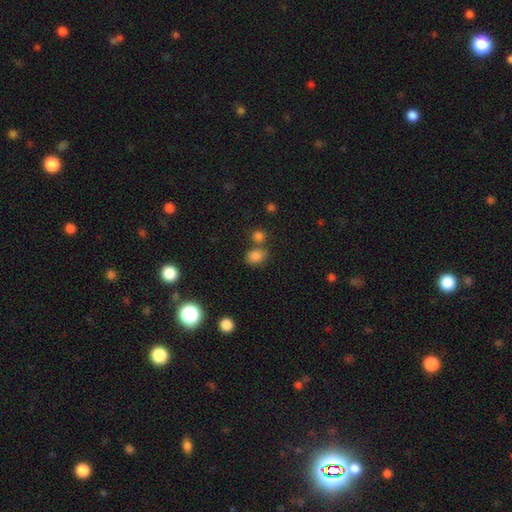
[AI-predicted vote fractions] Overall: smooth (83%). How rounded: in between (63%; round 35%). Merging: none (56%; merger 25%).